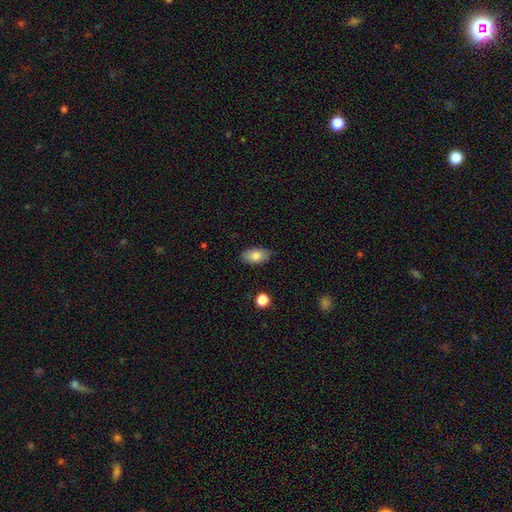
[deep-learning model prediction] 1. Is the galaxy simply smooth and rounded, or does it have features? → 84% smooth, 9% featured or disk, 7% star or artifact.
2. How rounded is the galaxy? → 92% in between, 5% round, 3% cigar-shaped.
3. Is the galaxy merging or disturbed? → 82% none, 14% minor disturbance, 3% major disturbance, 1% merger.